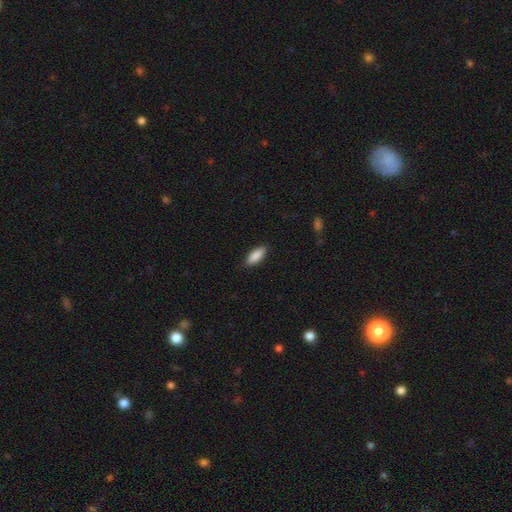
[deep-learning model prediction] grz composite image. It shows a smooth galaxy with no disk features (88%) that is in between round and cigar-shaped (72%). Merging: none (87%).